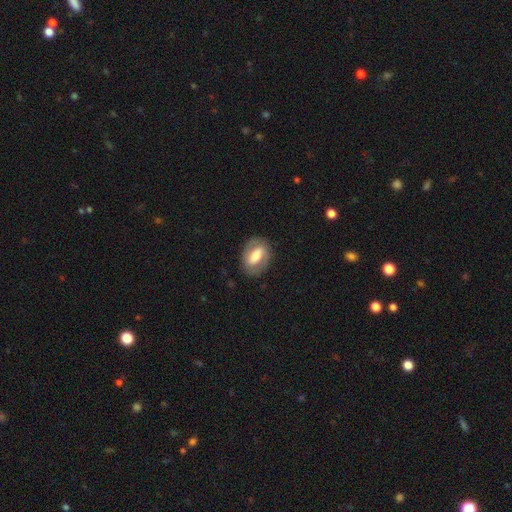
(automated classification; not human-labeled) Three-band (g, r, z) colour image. It shows a featured or disk galaxy (49%). Merging: none (81%).